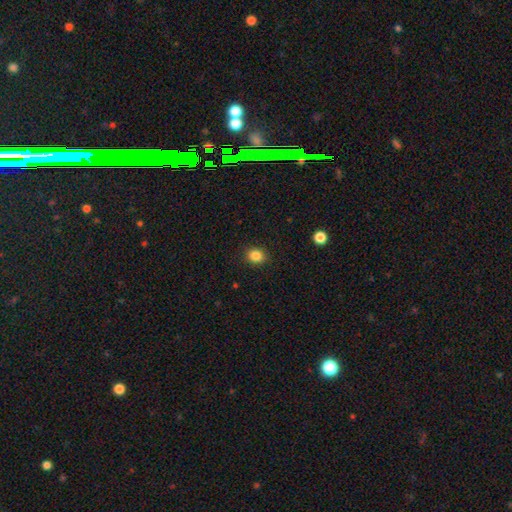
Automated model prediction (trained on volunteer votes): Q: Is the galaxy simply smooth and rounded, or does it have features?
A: smooth — 86%.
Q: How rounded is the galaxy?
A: round — 63%.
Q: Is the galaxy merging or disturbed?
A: none — 90%.